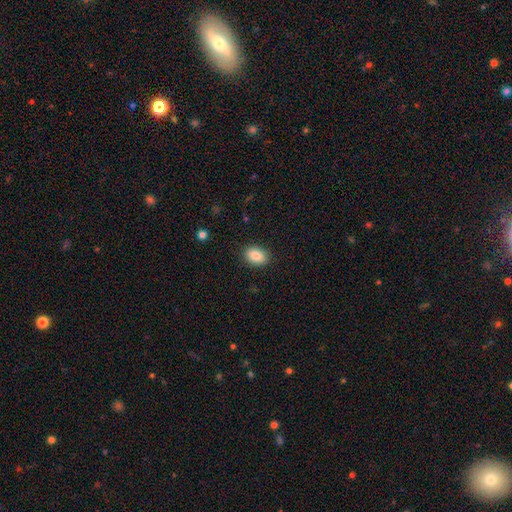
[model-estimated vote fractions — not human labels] Overall: smooth (86%). How rounded: in between (80%). Merging: none (88%).